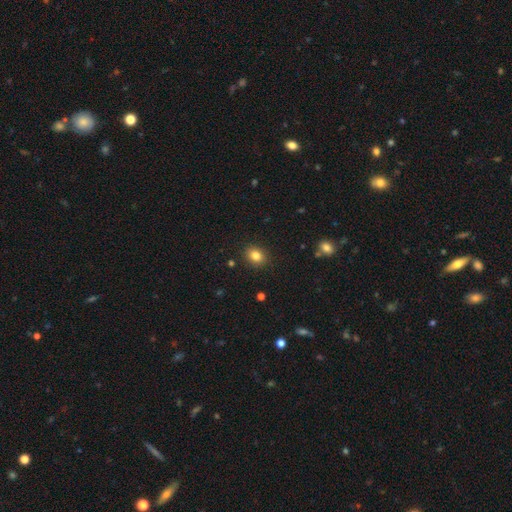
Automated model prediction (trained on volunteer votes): Smooth or featured: smooth — 83% (star or artifact — 11%)
How rounded: round — 58% (in between — 41%)
Merging: none — 90% (minor disturbance — 7%)